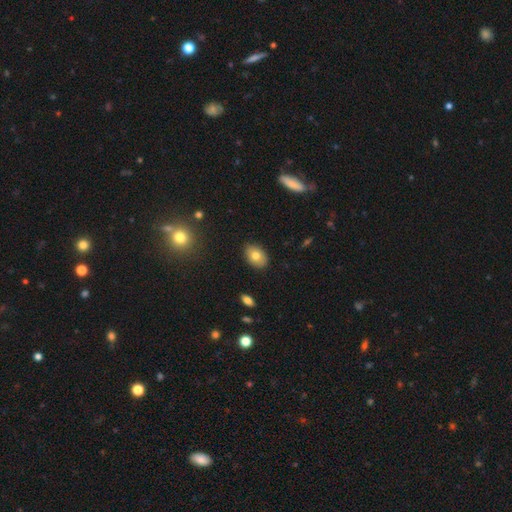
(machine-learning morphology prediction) smooth 77%, featured or disk 15%, star or artifact 9%. Down the decision tree: how rounded — in between (83%); merging — none (87%).